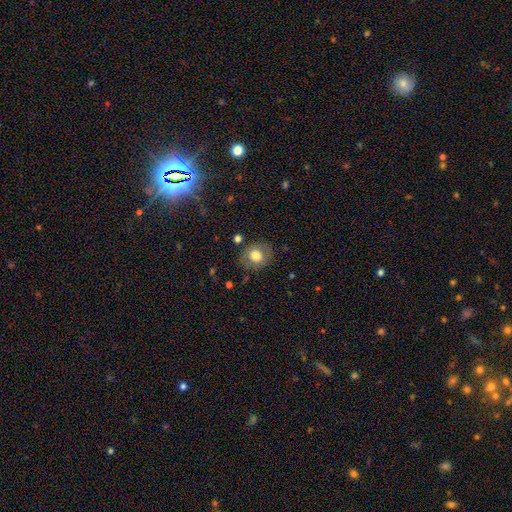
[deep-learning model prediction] Morphology: type=smooth (75%); roundness=round (75%); merging=none (83%).